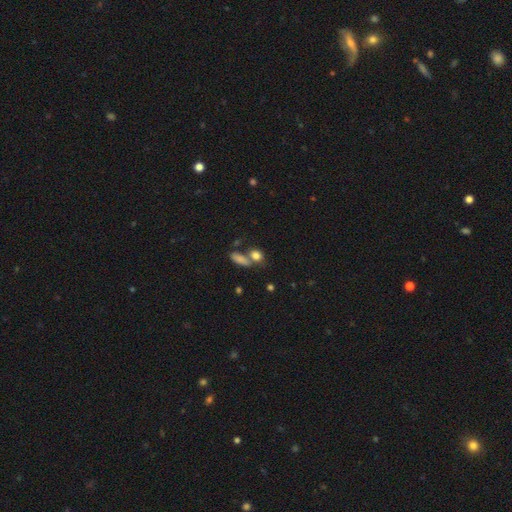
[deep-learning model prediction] Overall: smooth (80%). How rounded: round (49%; in between 45%). Merging: none (48%; merger 35%).